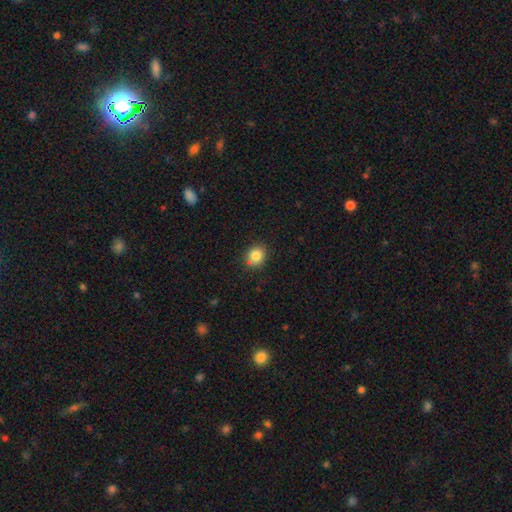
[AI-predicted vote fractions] smooth_or_featured: smooth (p=0.84) [alt: star or artifact p=0.10]
how_rounded: round (p=0.69) [alt: in between p=0.30]
merging: none (p=0.81) [alt: minor disturbance p=0.13]